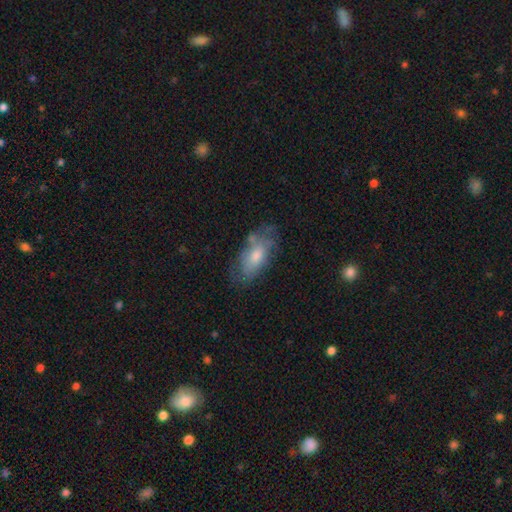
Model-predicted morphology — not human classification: Overall: smooth (54%; featured or disk 38%). How rounded: in between (86%). Merging: none (62%; minor disturbance 25%).